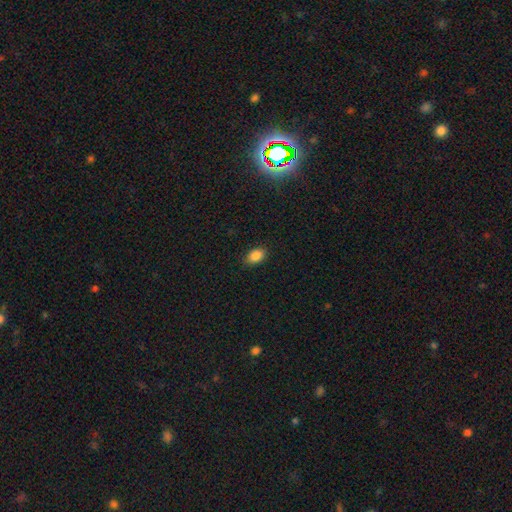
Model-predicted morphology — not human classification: Smooth or featured: smooth — 87% (star or artifact — 9%)
How rounded: in between — 84% (round — 14%)
Merging: none — 85% (minor disturbance — 11%)